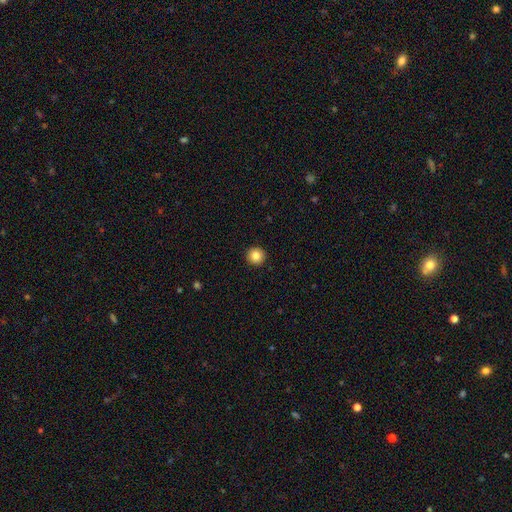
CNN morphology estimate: Smooth or featured: smooth — 84% (star or artifact — 9%)
How rounded: round — 95% (in between — 4%)
Merging: none — 94% (minor disturbance — 4%)